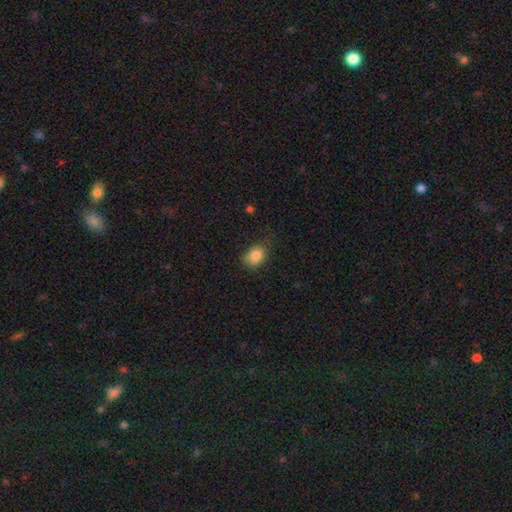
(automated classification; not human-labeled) Morphology: type=smooth (84%); roundness=in between (58%); merging=none (65%).